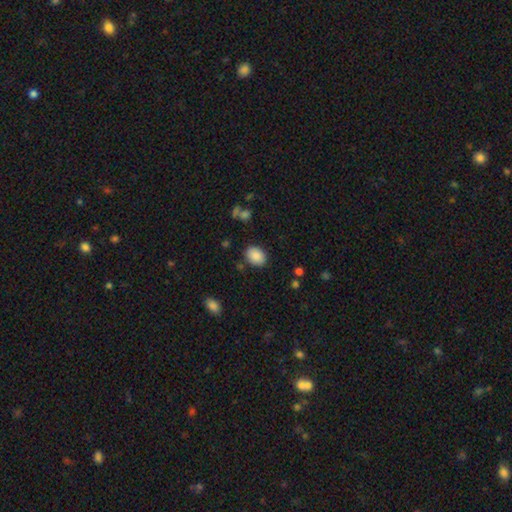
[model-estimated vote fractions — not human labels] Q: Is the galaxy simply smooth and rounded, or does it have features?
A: smooth — 88%.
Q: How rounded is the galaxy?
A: in between — 68%.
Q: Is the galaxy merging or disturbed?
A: none — 84%.